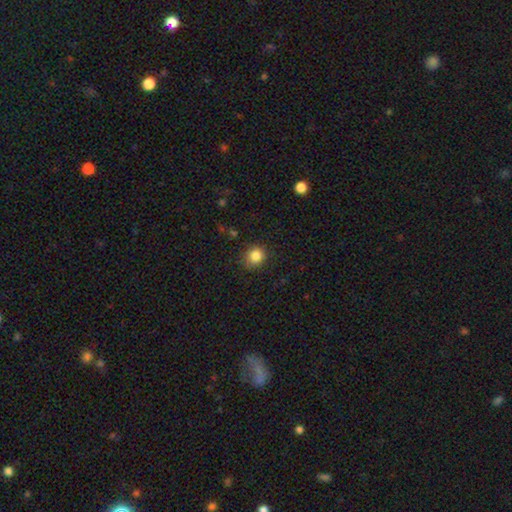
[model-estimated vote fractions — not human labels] The model was most divided on "how rounded": round: 79%, in between: 20%, cigar-shaped: 1%. More confident: smooth or featured — smooth (85%); merging — none (81%).